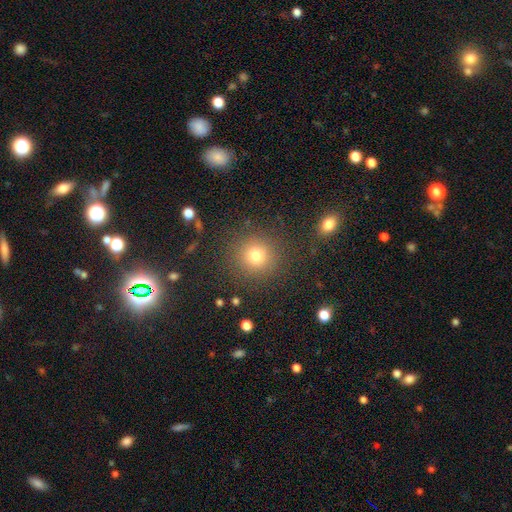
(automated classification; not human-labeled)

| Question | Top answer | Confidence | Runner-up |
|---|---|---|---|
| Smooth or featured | smooth | 78% | star or artifact (15%) |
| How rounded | round | 92% | in between (7%) |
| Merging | none | 88% | minor disturbance (7%) |